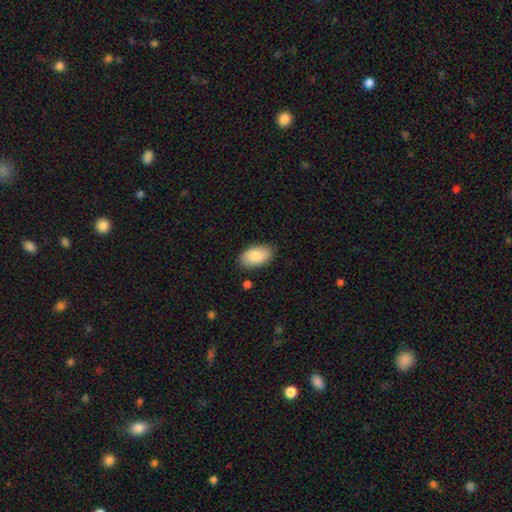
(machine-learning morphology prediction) This is clearly a smooth galaxy (82%). How rounded: clearly in between (94%). Merging: clearly none (84%).